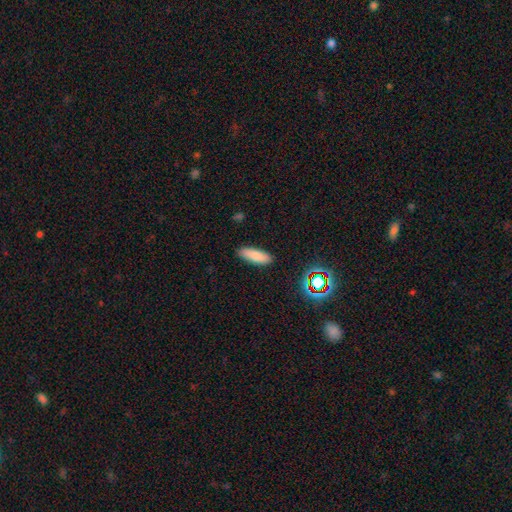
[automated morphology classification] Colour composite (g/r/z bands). It shows a smooth galaxy with no disk features (83%) that is in between round and cigar-shaped (59%). Merging: none (87%).